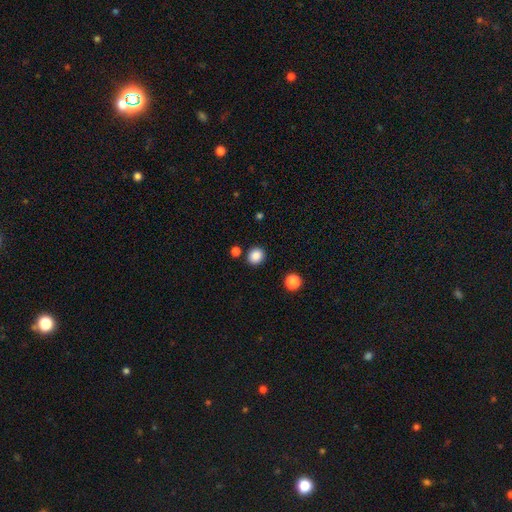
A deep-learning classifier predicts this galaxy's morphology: Smooth or featured: smooth — 87% (star or artifact — 10%)
How rounded: round — 83% (in between — 16%)
Merging: none — 87% (minor disturbance — 7%)